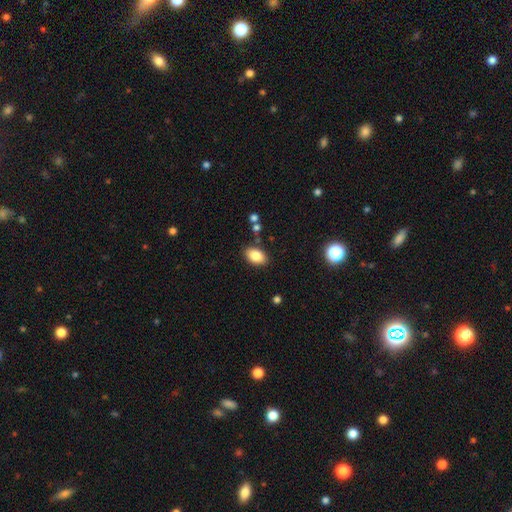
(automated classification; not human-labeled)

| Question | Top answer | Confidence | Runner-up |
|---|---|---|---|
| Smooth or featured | smooth | 85% | star or artifact (8%) |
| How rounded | in between | 89% | round (9%) |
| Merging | none | 84% | minor disturbance (11%) |